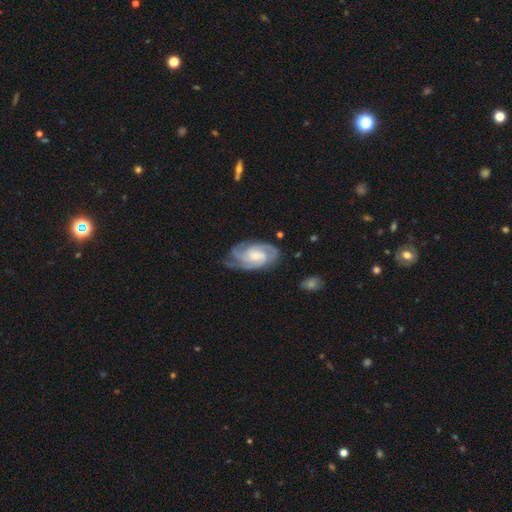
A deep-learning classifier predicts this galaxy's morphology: type=featured or disk (87%); edge-on=no (97%); bar=no (50%); spiral arms=yes (98%); winding=tight (53%); arm count=3 (43%); bulge=small (46%); merging=none (68%).